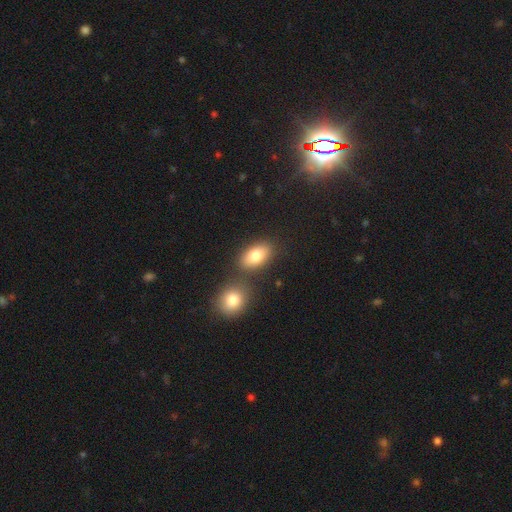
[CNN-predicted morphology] Smooth or featured? Predicted: smooth (p=0.81). How rounded? Predicted: in between (p=0.87). Merging? Predicted: none (p=0.67).